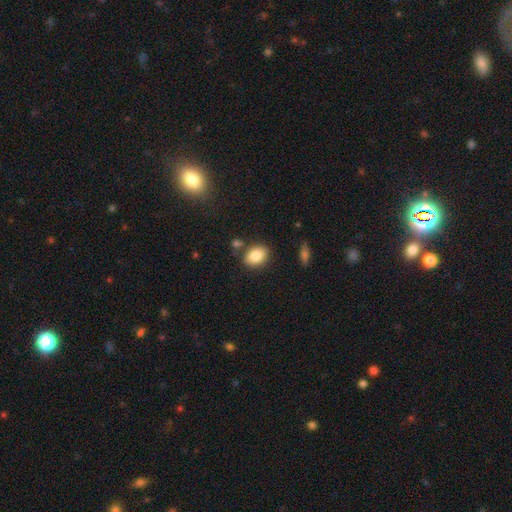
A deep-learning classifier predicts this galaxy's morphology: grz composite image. It shows a smooth galaxy with no disk features (84%) that is in between round and cigar-shaped (71%). Merging: none (76%).